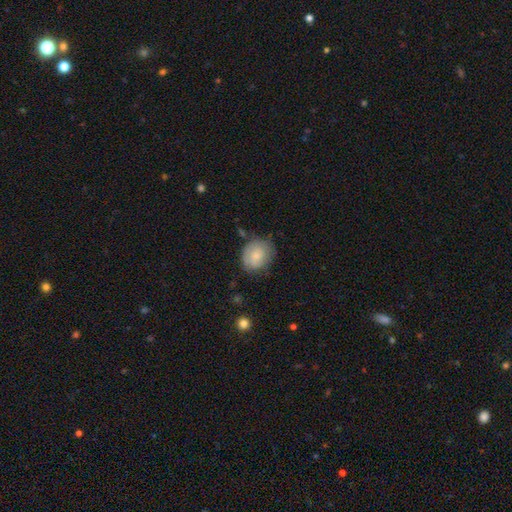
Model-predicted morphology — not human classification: smooth-or-featured: smooth: 73% | featured or disk: 20% | star or artifact: 7%
  how-rounded: round: 59% | in between: 40% | cigar-shaped: 1%
  merging: none: 67% | minor disturbance: 24% | major disturbance: 7% | merger: 3%